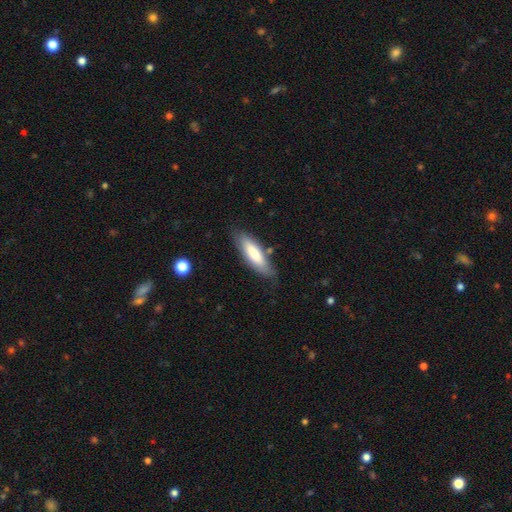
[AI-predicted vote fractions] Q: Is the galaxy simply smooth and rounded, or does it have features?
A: smooth — 74%.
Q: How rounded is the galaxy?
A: cigar-shaped — 50%.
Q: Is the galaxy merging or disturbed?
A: none — 76%.